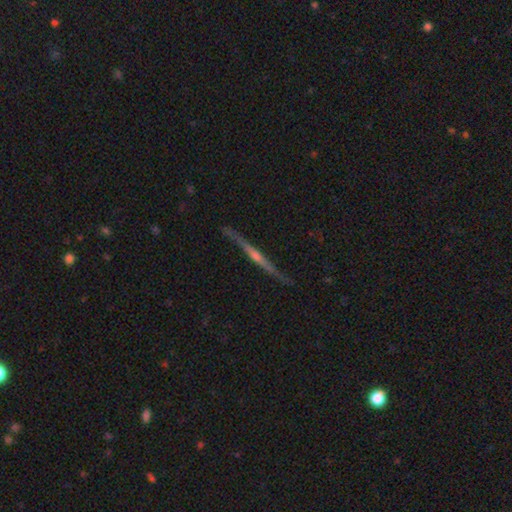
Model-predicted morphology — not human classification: Smooth or featured? Predicted: featured or disk (p=0.84). Edge-on disk? Predicted: yes (p=0.98). Edge-on bulge? Predicted: rounded (p=0.79). Merging? Predicted: none (p=0.88).